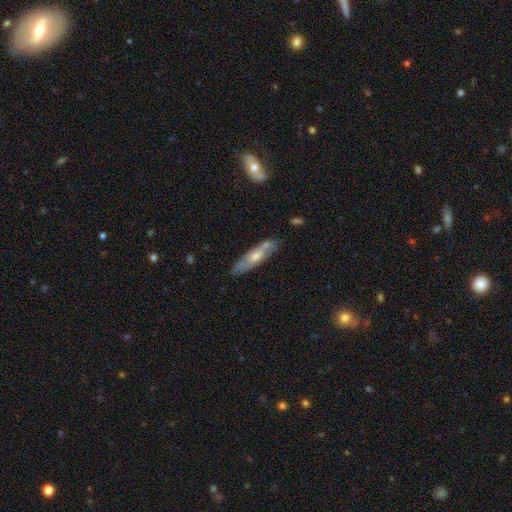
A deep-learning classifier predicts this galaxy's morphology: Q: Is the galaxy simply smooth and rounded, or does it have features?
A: featured or disk — 53%.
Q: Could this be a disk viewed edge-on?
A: no — 50%, tied with yes.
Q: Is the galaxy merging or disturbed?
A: none — 73%.